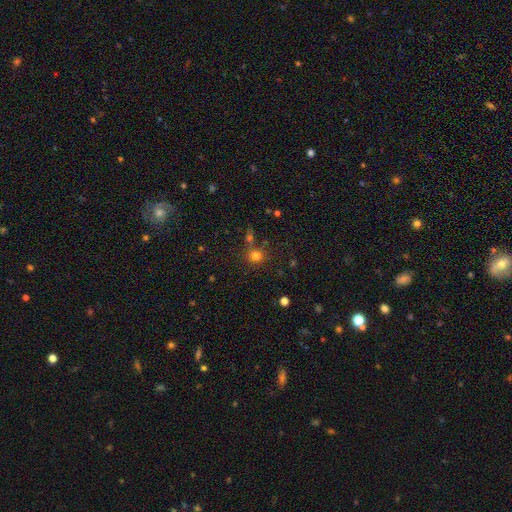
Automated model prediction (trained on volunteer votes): Smooth or featured? Predicted: smooth (p=0.75). How rounded? Predicted: round (p=0.87). Merging? Predicted: none (p=0.69).